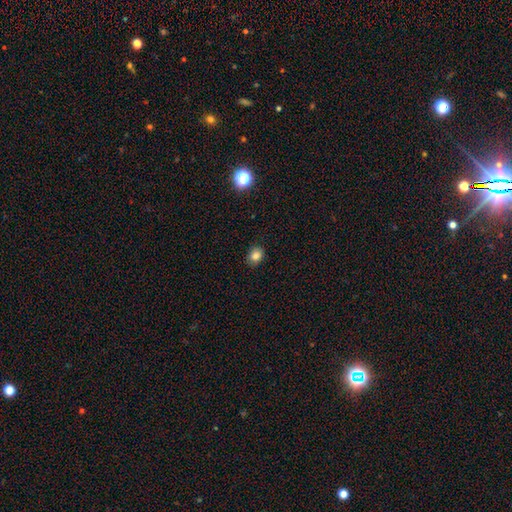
Smooth or featured: smooth — 92% (star or artifact — 6%)
How rounded: in between — 67% (round — 33%)
Merging: none — 85% (minor disturbance — 9%)